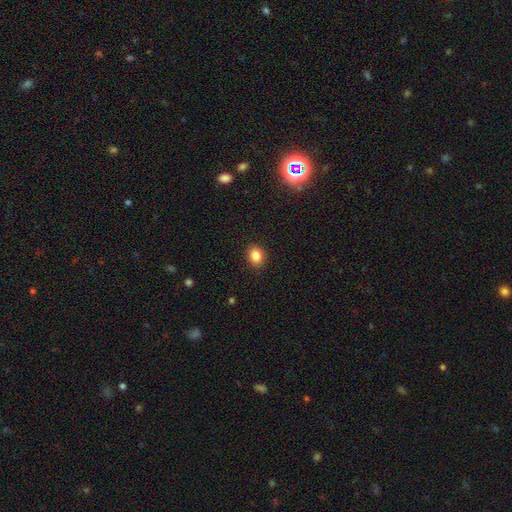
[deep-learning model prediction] Q: Smooth or featured?
A: smooth (85%); runner-up: star or artifact (10%)
Q: How rounded?
A: round (52%); runner-up: in between (47%)
Q: Merging?
A: none (90%); runner-up: minor disturbance (7%)